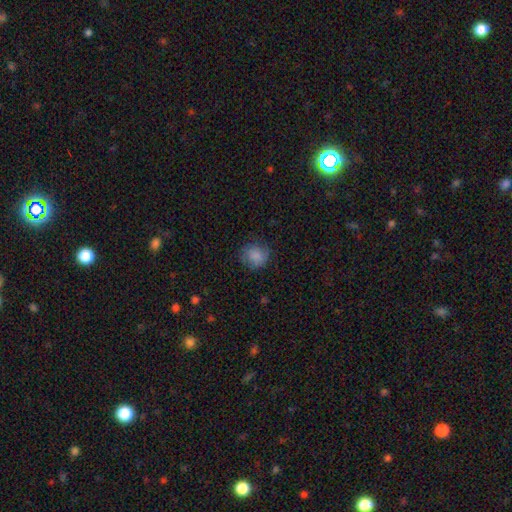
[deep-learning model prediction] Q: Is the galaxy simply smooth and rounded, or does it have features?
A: smooth — 81%.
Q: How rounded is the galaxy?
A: round — 82%.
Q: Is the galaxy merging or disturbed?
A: none — 74%.